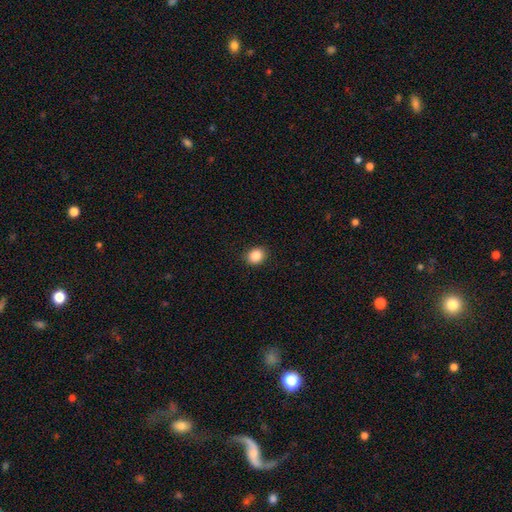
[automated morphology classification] smooth 87%, star or artifact 9%, featured or disk 4%. Down the decision tree: how rounded — round (63%); merging — none (90%).